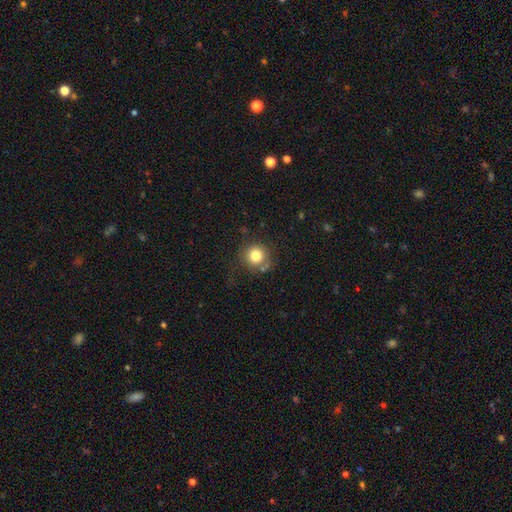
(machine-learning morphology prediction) Smooth or featured?
  - smooth: 80% *
  - star or artifact: 11%
  - featured or disk: 9%
How rounded?
  - round: 92% *
  - in between: 7%
  - cigar-shaped: 1%
Merging?
  - none: 75% *
  - minor disturbance: 13%
  - merger: 6%
  - major disturbance: 6%